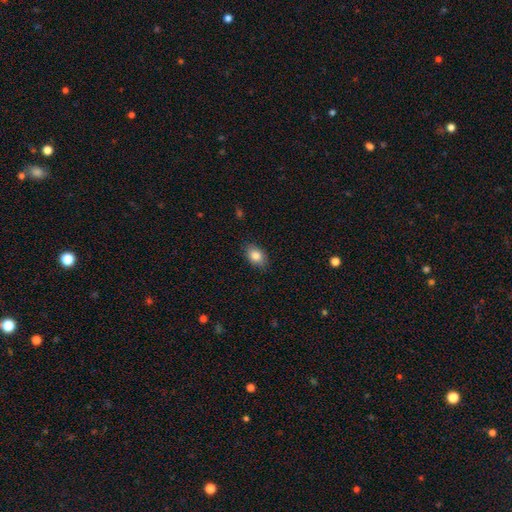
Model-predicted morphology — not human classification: type=smooth (84%); roundness=in between (84%); merging=none (86%).